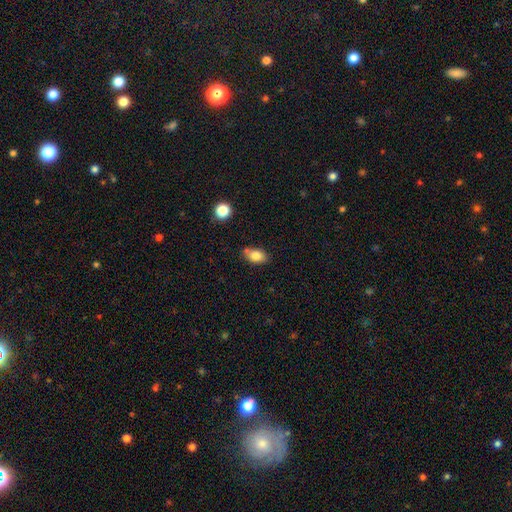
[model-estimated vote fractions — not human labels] smooth-or-featured: smooth: 82% | featured or disk: 9% | star or artifact: 9%
  how-rounded: in between: 85% | round: 12% | cigar-shaped: 3%
  merging: none: 70% | minor disturbance: 18% | merger: 9% | major disturbance: 3%